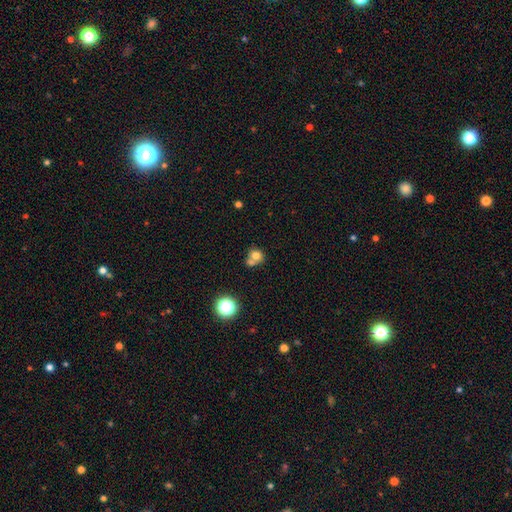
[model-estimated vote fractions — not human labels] The model was most divided on "merging": merger: 49%, none: 38%, minor disturbance: 9%, major disturbance: 4%. More confident: how rounded — round (82%); smooth or featured — smooth (73%).